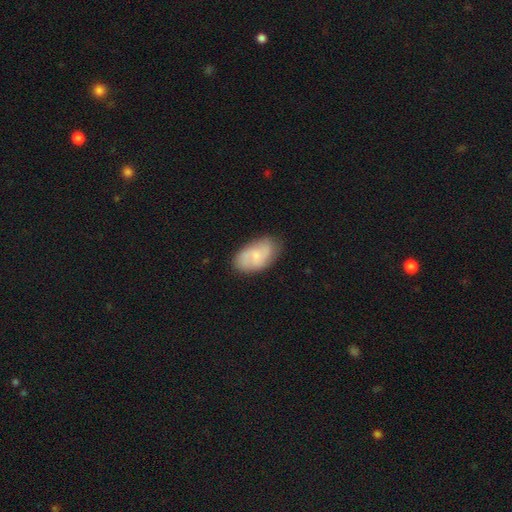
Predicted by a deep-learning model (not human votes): The model was most divided on "smooth or featured": smooth: 53%, featured or disk: 40%, star or artifact: 7%. More confident: how rounded — in between (93%); merging — none (71%).